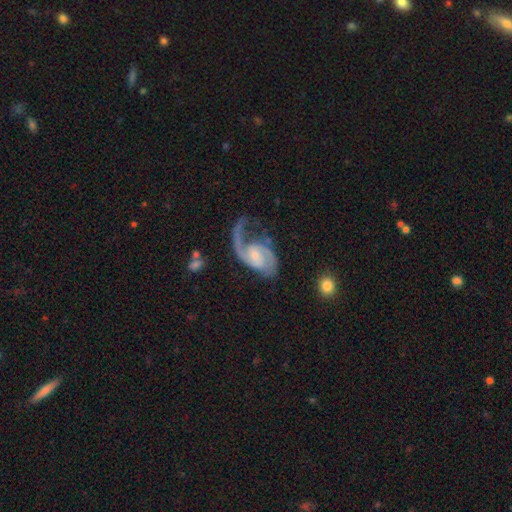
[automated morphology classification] This is clearly a featured or disk galaxy (88%). It is clearly not viewed edge-on (98%). Bar: possibly no (48%). Spiral arm pattern: clearly yes (96%). Spiral arm count: likely 2 (69%). Spiral winding: possibly medium (45%). Central bulge: possibly small (52%). Merging: marginally none (40%).